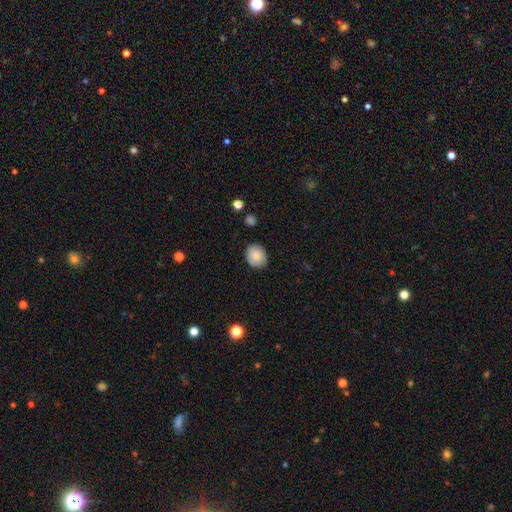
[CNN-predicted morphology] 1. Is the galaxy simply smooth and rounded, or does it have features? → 83% smooth, 9% featured or disk, 8% star or artifact.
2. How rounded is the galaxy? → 65% round, 35% in between, 1% cigar-shaped.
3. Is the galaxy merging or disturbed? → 84% none, 12% minor disturbance, 2% major disturbance, 1% merger.